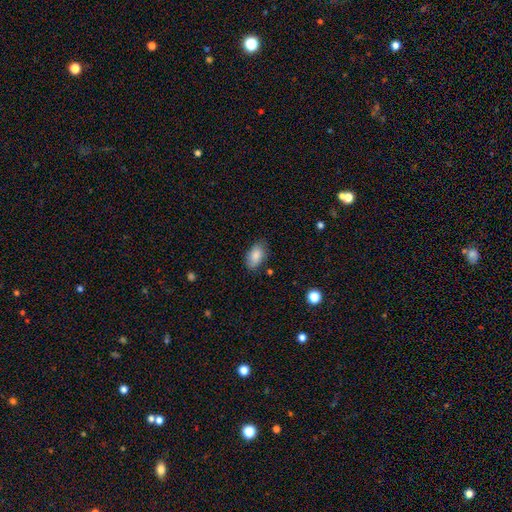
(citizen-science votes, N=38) Smooth or featured? smooth (84%)
How rounded? in between (94%)
Merging? none (66%)